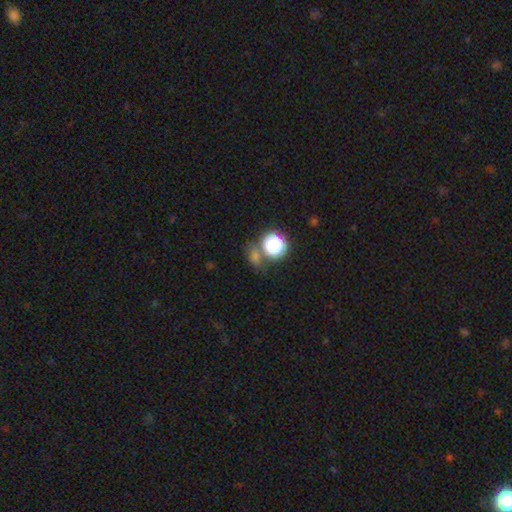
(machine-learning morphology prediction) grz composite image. It shows a smooth galaxy with no disk features (59%) that is round (62%). Merging: none (61%).